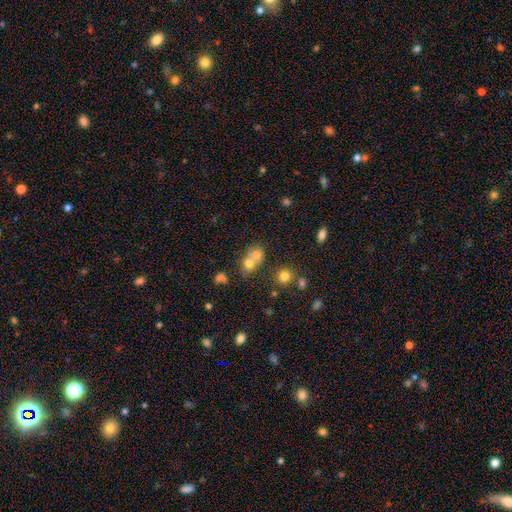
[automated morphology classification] Smooth or featured: smooth — 66% (featured or disk — 18%)
How rounded: round — 71% (in between — 28%)
Merging: merger — 60% (none — 30%)